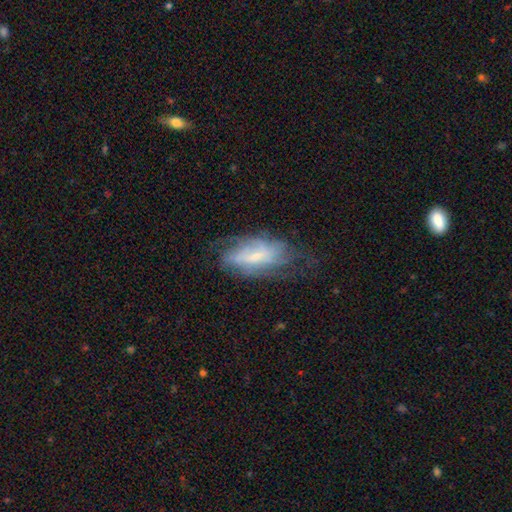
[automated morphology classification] The model was most divided on "bar": weak: 46%, no: 38%, strong: 17%. More confident: edge-on disk — no (90%); spiral arms — yes (80%); smooth or featured — featured or disk (68%); bulge size — small (58%); merging — none (56%).